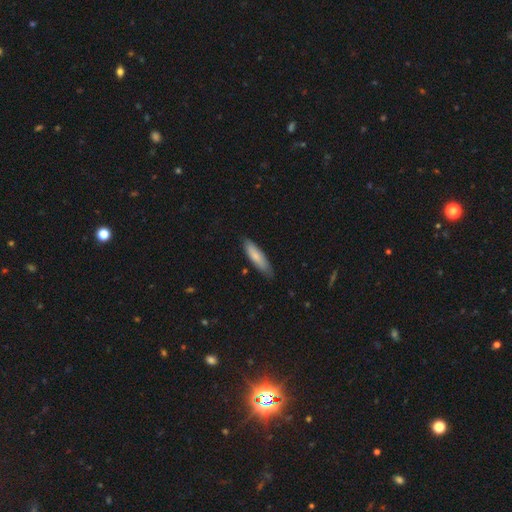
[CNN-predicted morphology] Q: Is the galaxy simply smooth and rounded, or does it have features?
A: smooth — 79%.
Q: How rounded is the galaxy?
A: cigar-shaped — 67%.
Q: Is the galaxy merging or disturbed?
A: none — 77%.